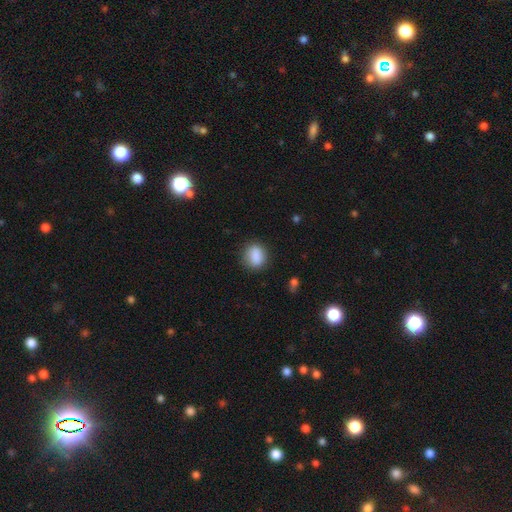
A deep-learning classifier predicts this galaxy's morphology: smooth-or-featured: smooth: 87% | star or artifact: 9% | featured or disk: 5%
  how-rounded: in between: 51% | round: 47% | cigar-shaped: 2%
  merging: none: 81% | minor disturbance: 14% | major disturbance: 4% | merger: 2%